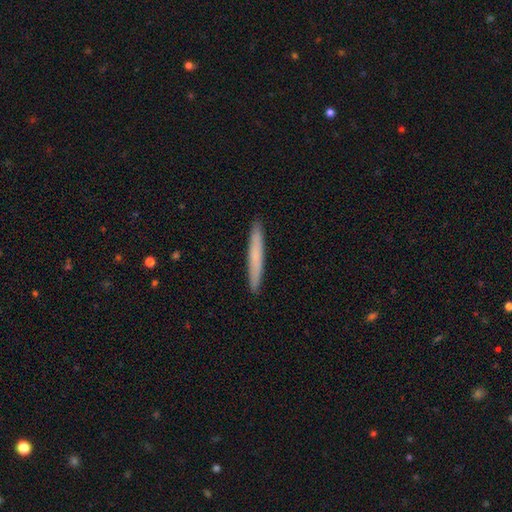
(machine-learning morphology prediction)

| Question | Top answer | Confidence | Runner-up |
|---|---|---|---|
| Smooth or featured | smooth | 66% | featured or disk (28%) |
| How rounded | cigar-shaped | 97% | in between (2%) |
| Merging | none | 93% | minor disturbance (5%) |